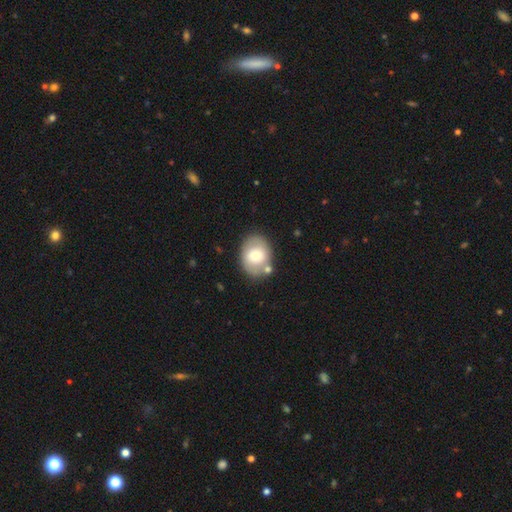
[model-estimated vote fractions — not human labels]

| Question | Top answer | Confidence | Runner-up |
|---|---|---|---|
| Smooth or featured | smooth | 63% | featured or disk (30%) |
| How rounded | in between | 56% | round (43%) |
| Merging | none | 72% | minor disturbance (14%) |